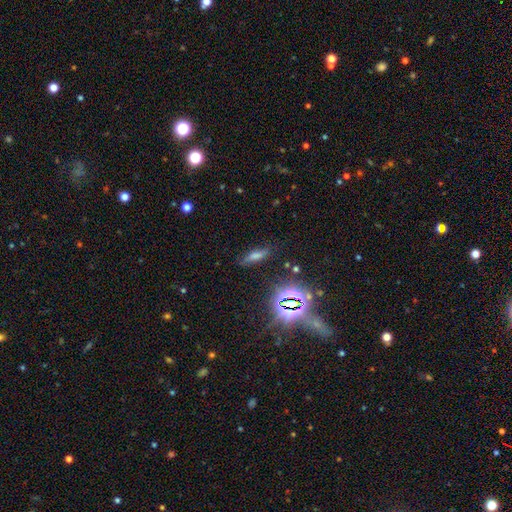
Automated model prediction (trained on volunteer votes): Smooth or featured? Predicted: smooth (p=0.40). Merging? Predicted: none (p=0.80).